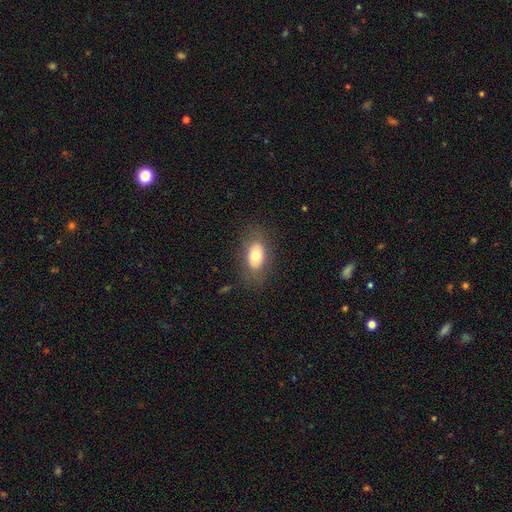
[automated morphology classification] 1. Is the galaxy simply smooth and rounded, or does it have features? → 70% smooth, 22% featured or disk, 8% star or artifact.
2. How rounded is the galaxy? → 89% in between, 9% round, 3% cigar-shaped.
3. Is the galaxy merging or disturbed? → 80% none, 13% minor disturbance, 6% major disturbance, 1% merger.